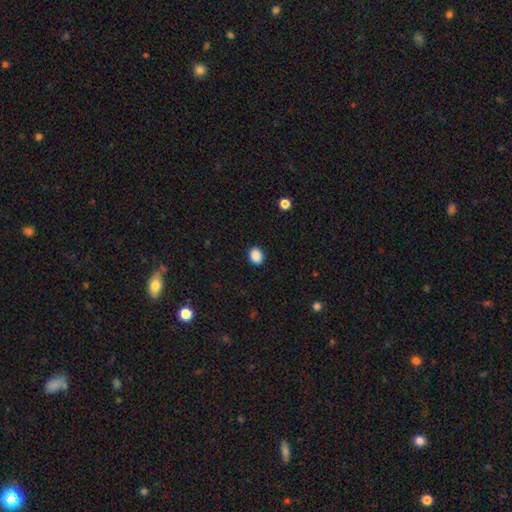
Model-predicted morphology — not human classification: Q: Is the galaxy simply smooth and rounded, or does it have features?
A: smooth — 88%.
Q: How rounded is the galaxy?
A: round — 55%.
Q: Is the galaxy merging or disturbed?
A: none — 90%.